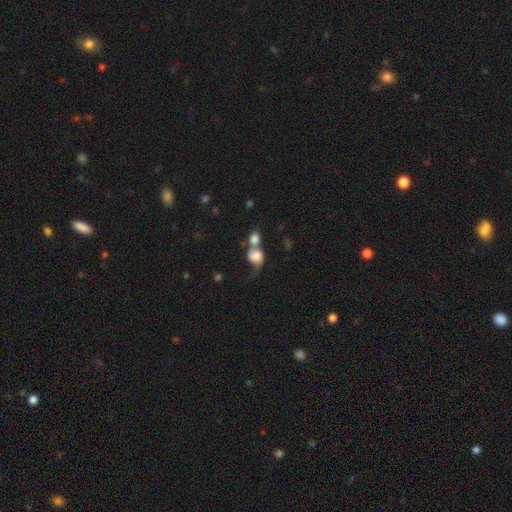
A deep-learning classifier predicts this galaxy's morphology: A smooth galaxy with no disk features (69%) that is round (61%). Merging: merger (63%).